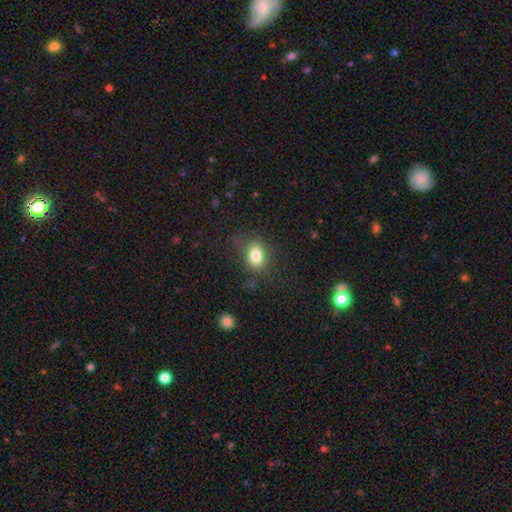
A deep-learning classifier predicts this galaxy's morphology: Q: Smooth or featured?
A: smooth (81%); runner-up: star or artifact (10%)
Q: How rounded?
A: in between (69%); runner-up: round (29%)
Q: Merging?
A: none (79%); runner-up: minor disturbance (14%)